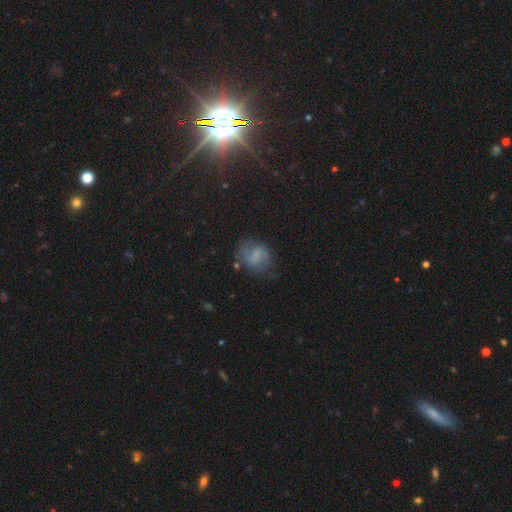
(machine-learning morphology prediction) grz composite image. It shows a smooth galaxy with no disk features (59%) that is round (50%). Merging: none (54%).